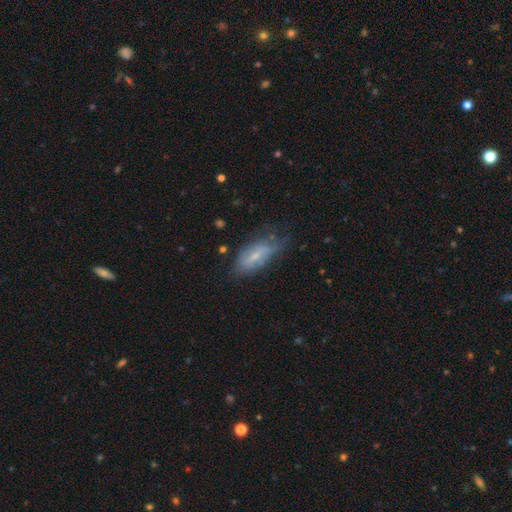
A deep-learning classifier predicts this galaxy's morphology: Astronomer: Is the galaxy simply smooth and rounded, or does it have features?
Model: smooth — 46% (runner-up: featured or disk, 45%).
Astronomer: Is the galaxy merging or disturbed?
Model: none — 46% (runner-up: minor disturbance, 34%).